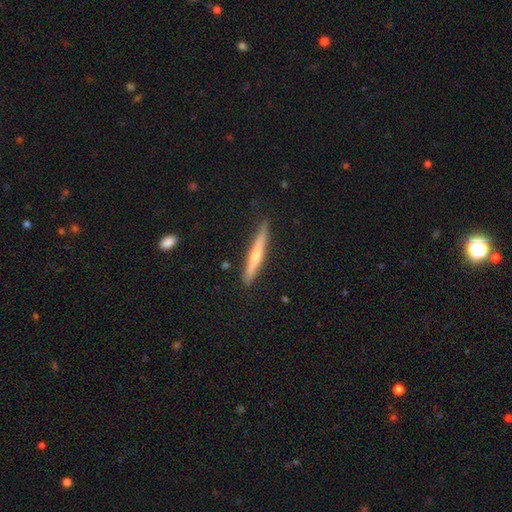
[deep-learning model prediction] Smooth or featured?
  - smooth: 49% *
  - featured or disk: 45%
  - star or artifact: 6%
Merging?
  - none: 87% *
  - minor disturbance: 10%
  - major disturbance: 2%
  - merger: 2%